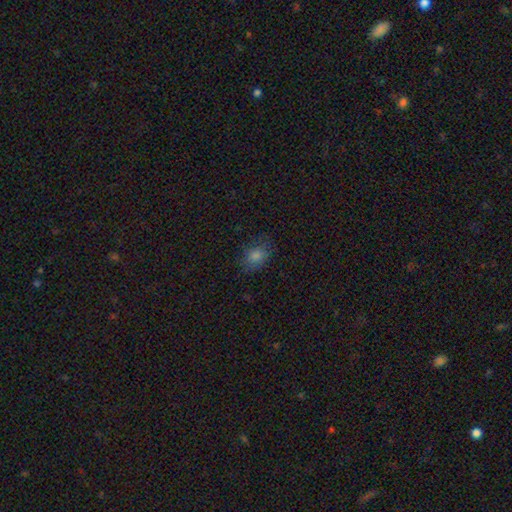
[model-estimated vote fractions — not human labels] Morphology: type=smooth (77%); roundness=in between (64%); merging=none (78%).